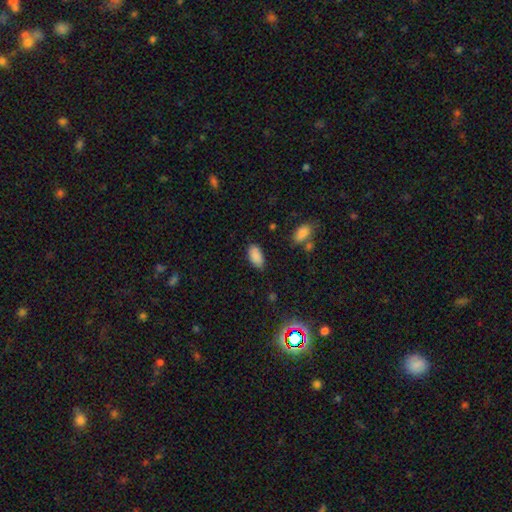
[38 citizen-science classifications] Morphology: type=smooth (92%); roundness=in between (97%); merging=none (76%).